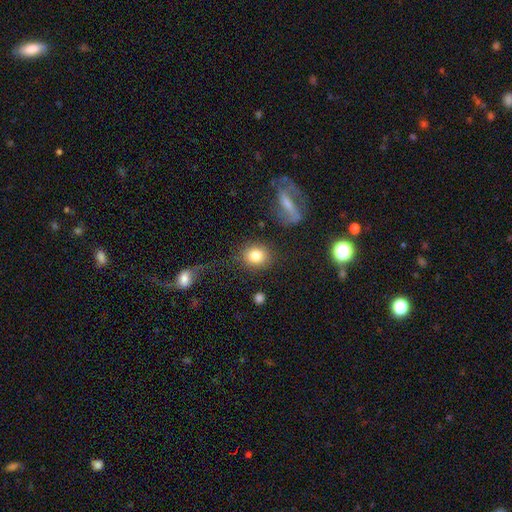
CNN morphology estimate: smooth-or-featured: smooth: 82% | star or artifact: 9% | featured or disk: 9%
  how-rounded: round: 71% | in between: 28% | cigar-shaped: 1%
  merging: none: 79% | minor disturbance: 11% | major disturbance: 5% | merger: 5%